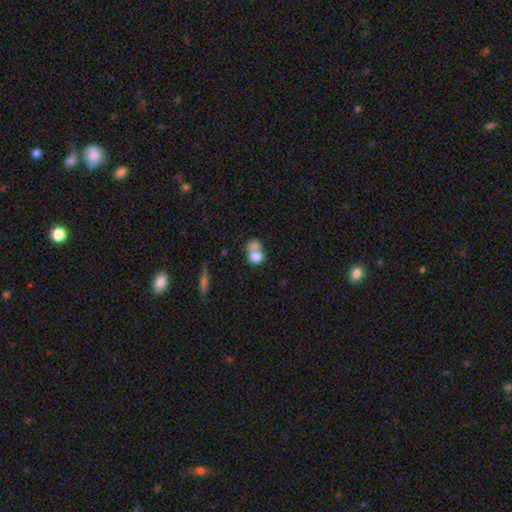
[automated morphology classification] A smooth galaxy with no disk features (77%) that is round (52%).

Vote fractions:
- Smooth or featured? smooth: 77% / featured or disk: 14% / star or artifact: 9%
- How rounded? round: 52% / in between: 47% / cigar-shaped: 2%
- Merging? merger: 60% / none: 26% / minor disturbance: 8% / major disturbance: 6%